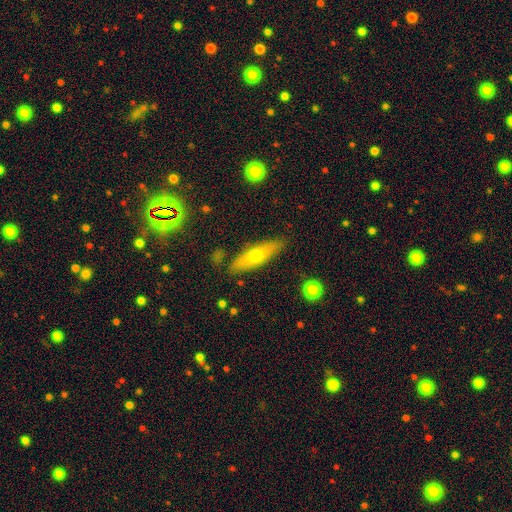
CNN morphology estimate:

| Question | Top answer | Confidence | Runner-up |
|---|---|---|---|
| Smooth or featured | smooth | 52% | featured or disk (40%) |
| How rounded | cigar-shaped | 60% | in between (37%) |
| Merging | none | 85% | minor disturbance (11%) |